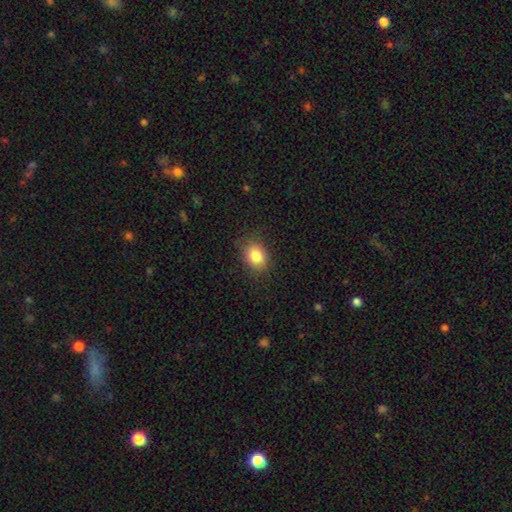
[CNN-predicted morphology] Smooth or featured: smooth — 83% (star or artifact — 10%)
How rounded: in between — 54% (round — 45%)
Merging: none — 83% (minor disturbance — 12%)